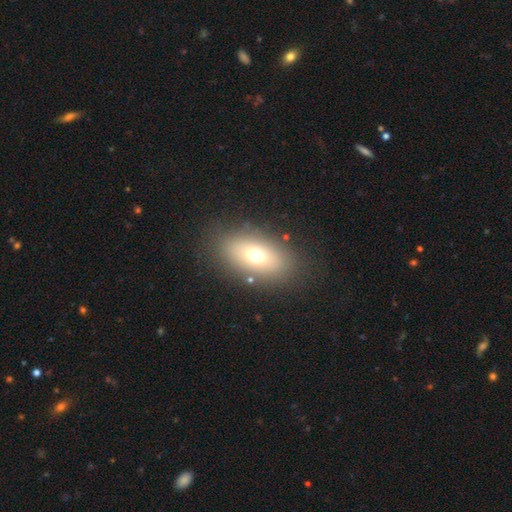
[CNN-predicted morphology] smooth 67%, featured or disk 22%, star or artifact 11%. Down the decision tree: how rounded — in between (87%); merging — none (83%).